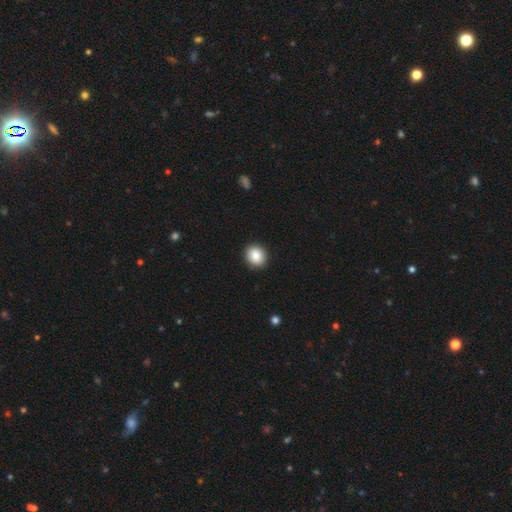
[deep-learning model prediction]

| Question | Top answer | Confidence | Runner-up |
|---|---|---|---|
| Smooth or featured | smooth | 85% | star or artifact (9%) |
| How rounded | round | 77% | in between (22%) |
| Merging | none | 92% | minor disturbance (6%) |